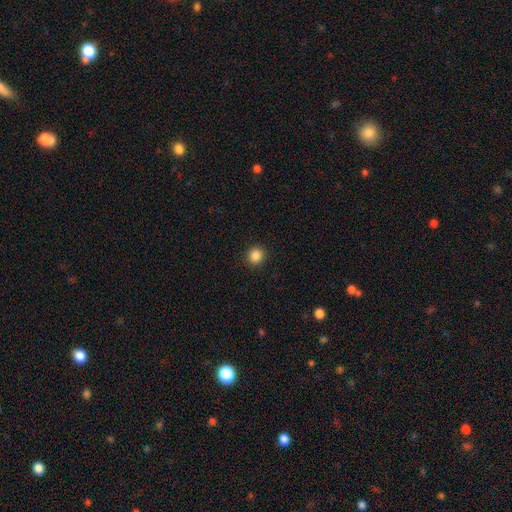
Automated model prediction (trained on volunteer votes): smooth-or-featured: smooth: 87% | star or artifact: 10% | featured or disk: 3%
  how-rounded: round: 89% | in between: 10% | cigar-shaped: 1%
  merging: none: 92% | minor disturbance: 5% | major disturbance: 2% | merger: 1%